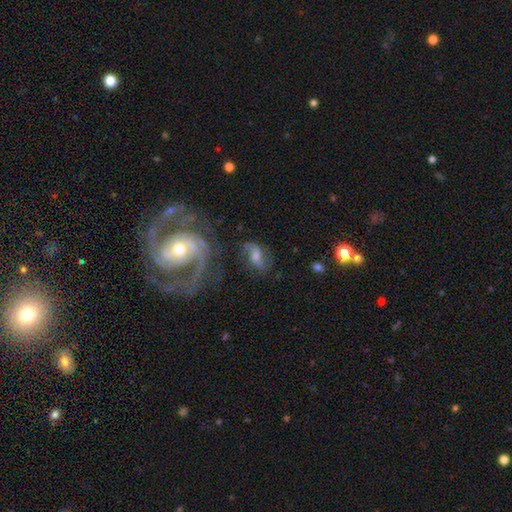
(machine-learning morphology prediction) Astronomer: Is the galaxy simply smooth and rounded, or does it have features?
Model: featured or disk — 66%.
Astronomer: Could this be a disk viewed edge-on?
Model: no — 96%.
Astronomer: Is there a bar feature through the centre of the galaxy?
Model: weak — 46% (runner-up: no, 39%).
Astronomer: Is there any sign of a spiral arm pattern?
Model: yes — 89%.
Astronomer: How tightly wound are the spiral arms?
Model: loose — 51% (runner-up: medium, 37%).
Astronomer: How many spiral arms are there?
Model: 2 — 85%.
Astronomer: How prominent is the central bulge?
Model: moderate — 43% (runner-up: small, 28%).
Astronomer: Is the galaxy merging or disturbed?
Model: none — 55%.